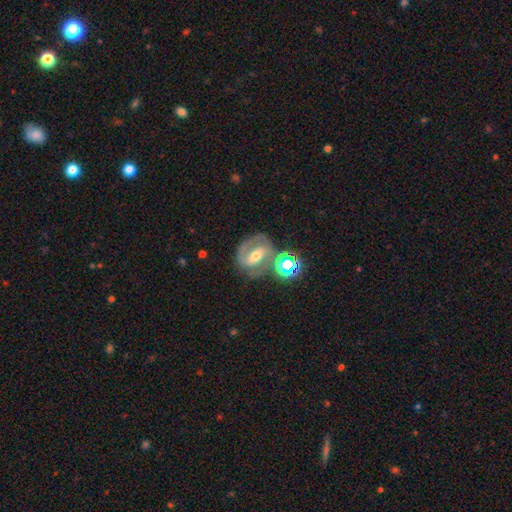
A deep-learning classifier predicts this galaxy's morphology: A featured or disk galaxy (76%) with a strong bar (52%), 2 (84%) medium (52%) spiral arms (90%) and a moderate central bulge (62%). Merging: none (67%).